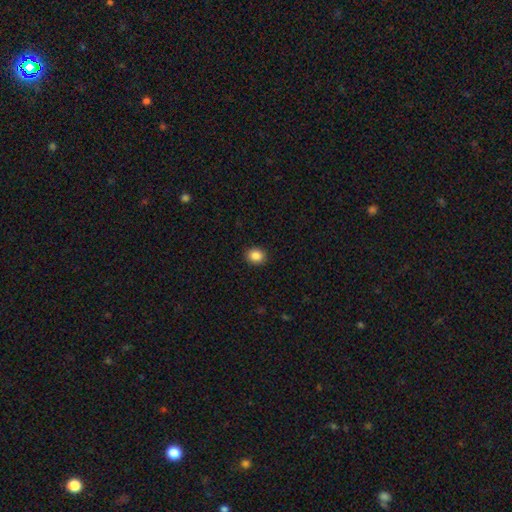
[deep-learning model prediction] Smooth or featured: smooth — 86% (star or artifact — 10%)
How rounded: round — 68% (in between — 31%)
Merging: none — 91% (minor disturbance — 6%)